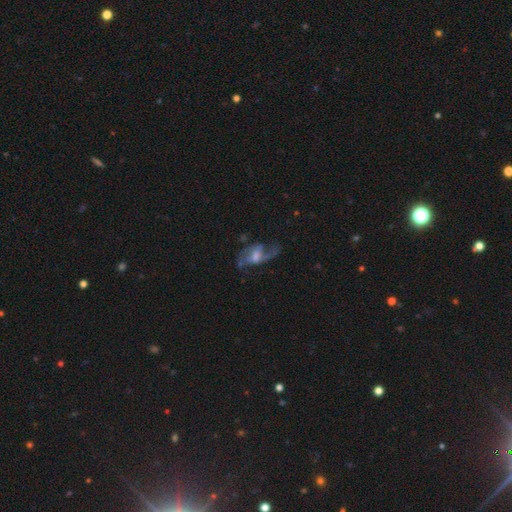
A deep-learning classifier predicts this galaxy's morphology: Overall: featured or disk (75%). Edge-on disk: no (94%). Bar: weak (46%; no 40%). Spiral arms: yes (84%). Spiral arm count: 2 (75%). Spiral winding: loose (60%; medium 33%). Bulge size: moderate (41%; small 31%). Merging: none (50%; major disturbance 28%).